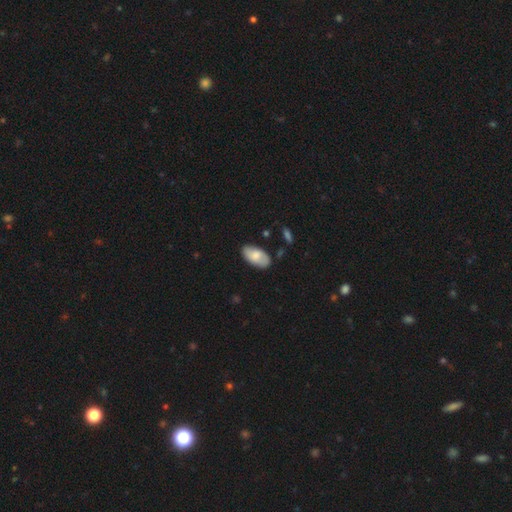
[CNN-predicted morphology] Q: Smooth or featured?
A: smooth (76%); runner-up: featured or disk (19%)
Q: How rounded?
A: in between (95%); runner-up: cigar-shaped (3%)
Q: Merging?
A: none (80%); runner-up: minor disturbance (15%)